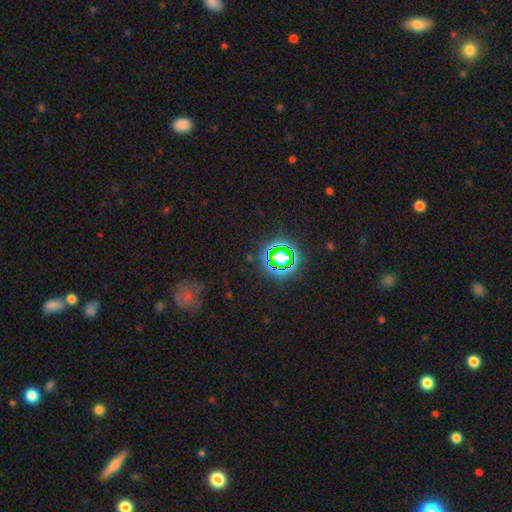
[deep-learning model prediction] Morphology: type=star or artifact (75%).